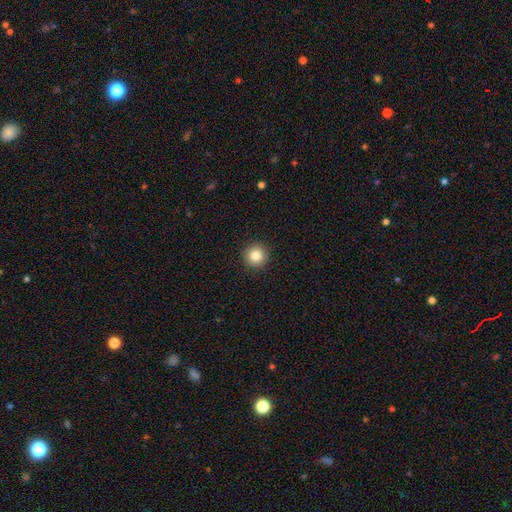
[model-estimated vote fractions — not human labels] This appears to be a smooth galaxy with no disk features (83%) that is round (96%). Merging: none (93%).